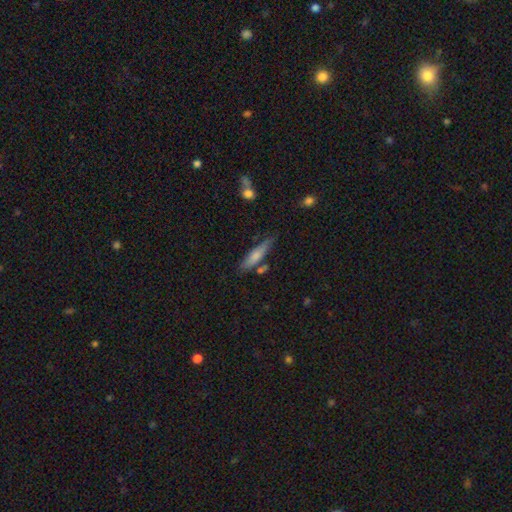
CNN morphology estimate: Smooth or featured? Predicted: smooth (p=0.69). How rounded? Predicted: cigar-shaped (p=0.77). Merging? Predicted: none (p=0.69).